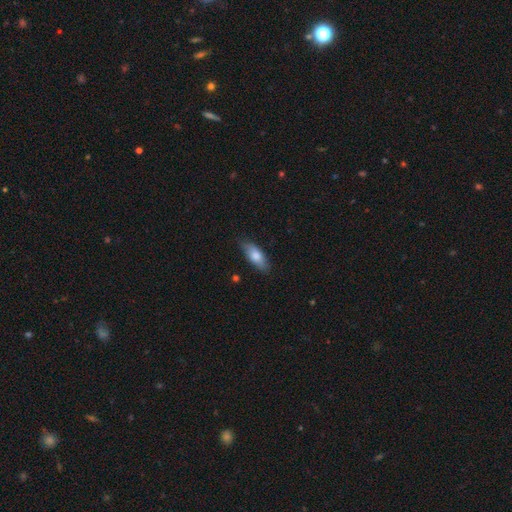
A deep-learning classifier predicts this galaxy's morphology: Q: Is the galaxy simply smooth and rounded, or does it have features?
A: smooth — 75%.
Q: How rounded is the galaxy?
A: in between — 72%.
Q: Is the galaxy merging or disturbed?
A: none — 79%.